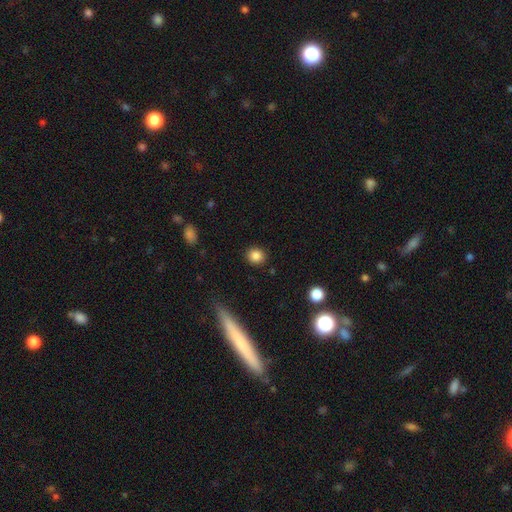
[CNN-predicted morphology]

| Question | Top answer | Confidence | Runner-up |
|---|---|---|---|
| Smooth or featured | smooth | 85% | star or artifact (10%) |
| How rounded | round | 83% | in between (16%) |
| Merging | none | 90% | minor disturbance (6%) |